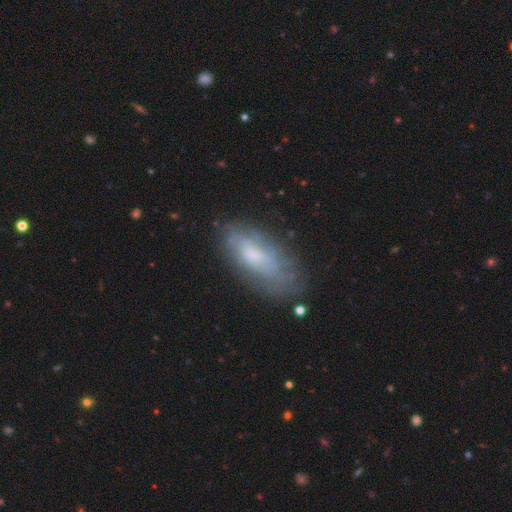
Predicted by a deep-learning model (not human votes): Smooth or featured?
  - smooth: 52% *
  - featured or disk: 39%
  - star or artifact: 8%
How rounded?
  - in between: 78% *
  - cigar-shaped: 19%
  - round: 2%
Merging?
  - none: 66% *
  - minor disturbance: 23%
  - major disturbance: 8%
  - merger: 2%